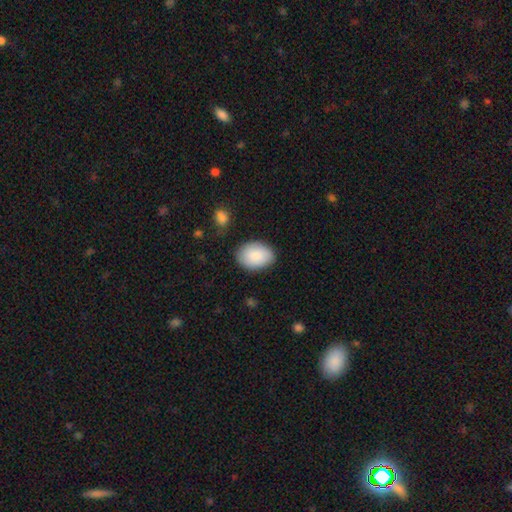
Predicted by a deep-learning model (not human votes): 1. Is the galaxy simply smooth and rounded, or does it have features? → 87% smooth, 7% featured or disk, 6% star or artifact.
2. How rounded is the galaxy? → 79% in between, 20% round, 1% cigar-shaped.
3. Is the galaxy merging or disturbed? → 81% none, 14% minor disturbance, 3% major disturbance, 2% merger.